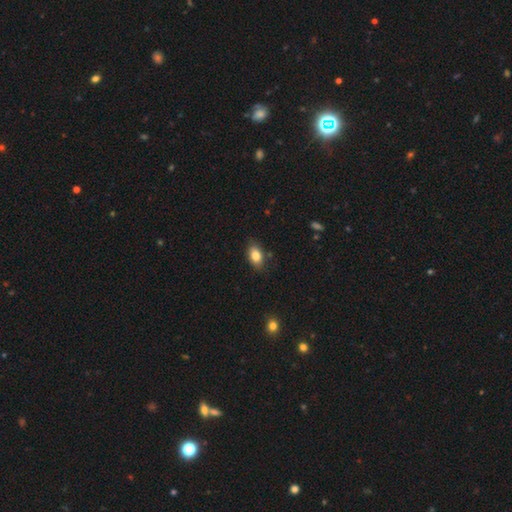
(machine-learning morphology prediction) The model was most divided on "merging": none: 82%, minor disturbance: 14%, major disturbance: 3%, merger: 2%. More confident: how rounded — in between (87%); smooth or featured — smooth (82%).